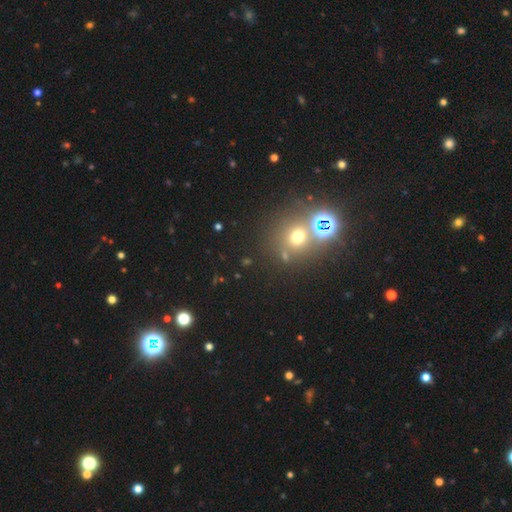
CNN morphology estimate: Smooth or featured: star or artifact — 52% (smooth — 37%)